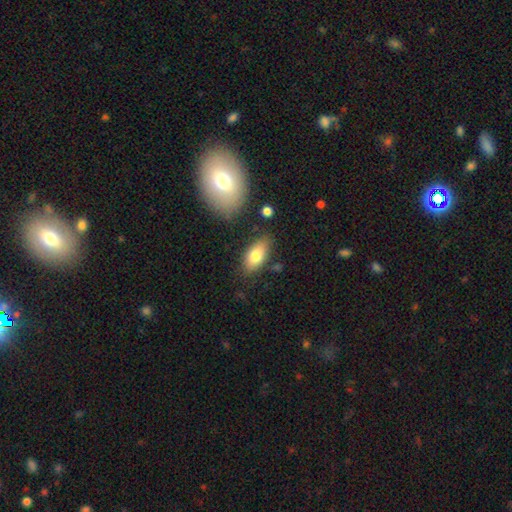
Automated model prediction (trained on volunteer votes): A smooth galaxy with no disk features (77%) that is in between round and cigar-shaped (89%). Merging: none (79%).